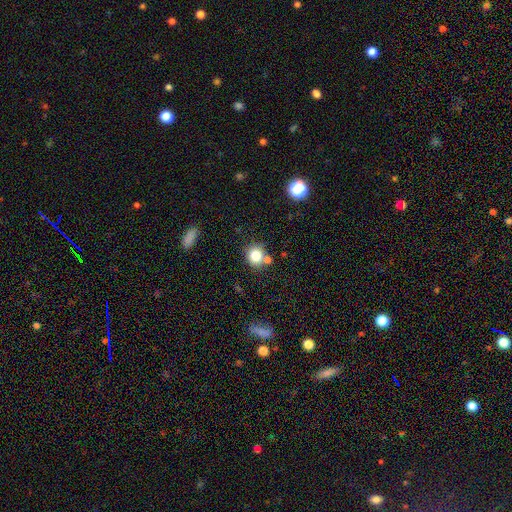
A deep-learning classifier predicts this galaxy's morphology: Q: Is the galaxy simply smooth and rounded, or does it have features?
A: smooth — 81%.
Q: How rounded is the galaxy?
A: round — 85%.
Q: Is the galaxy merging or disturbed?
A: none — 66%.